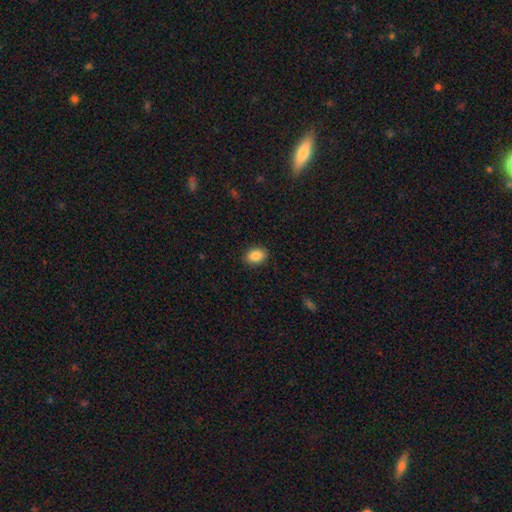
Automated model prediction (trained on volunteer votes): Smooth or featured? Predicted: smooth (p=0.87). How rounded? Predicted: in between (p=0.77). Merging? Predicted: none (p=0.89).